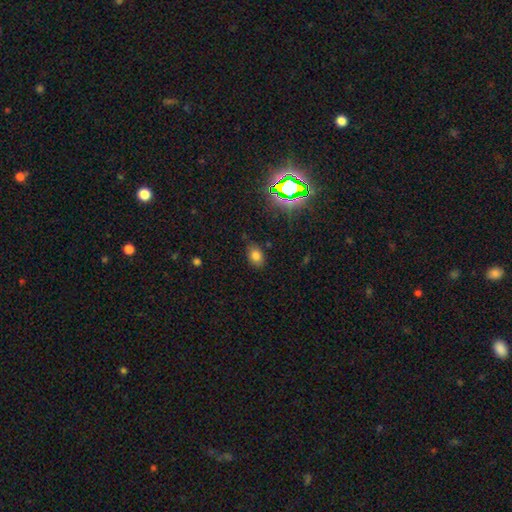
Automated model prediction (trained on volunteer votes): The model was most divided on "how rounded": in between: 77%, round: 22%, cigar-shaped: 1%. More confident: merging — none (76%); smooth or featured — smooth (74%).